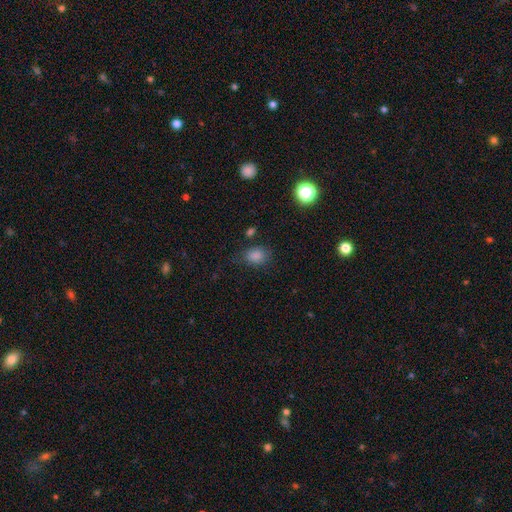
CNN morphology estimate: smooth 83%, star or artifact 12%, featured or disk 5%. Down the decision tree: how rounded — in between (65%); merging — none (70%).